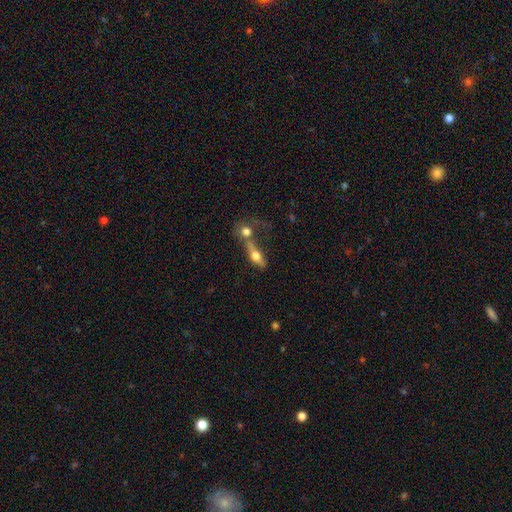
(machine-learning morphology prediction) A smooth galaxy with no disk features (48%).

Vote fractions:
- Smooth or featured? smooth: 48% / featured or disk: 44% / star or artifact: 8%
- Merging? merger: 44% / none: 35% / minor disturbance: 12% / major disturbance: 10%